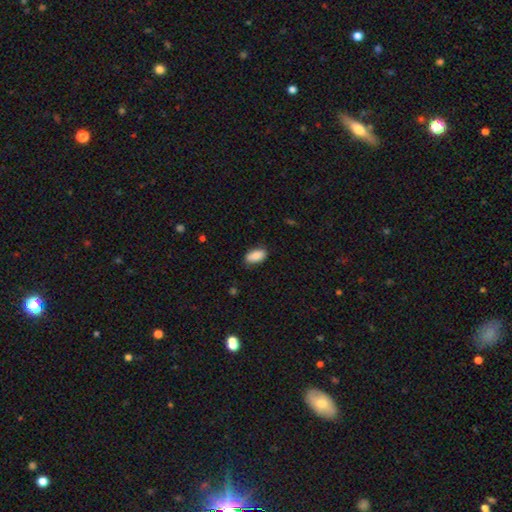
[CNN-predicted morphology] smooth 87%, star or artifact 7%, featured or disk 6%. Down the decision tree: how rounded — in between (92%); merging — none (83%).